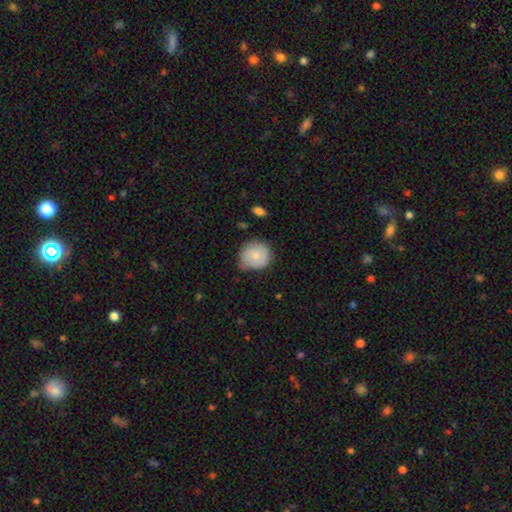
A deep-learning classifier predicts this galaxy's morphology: type=smooth (77%); roundness=round (84%); merging=none (57%).